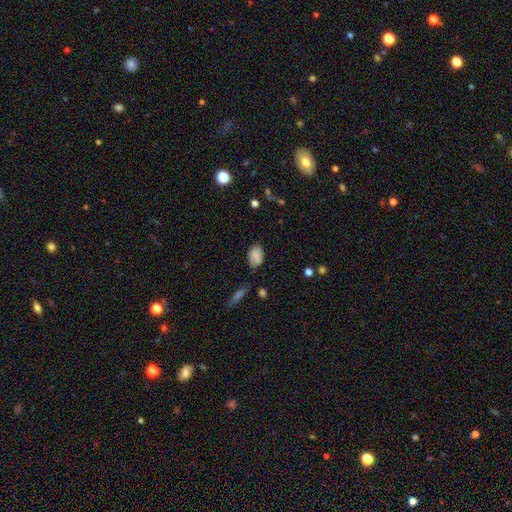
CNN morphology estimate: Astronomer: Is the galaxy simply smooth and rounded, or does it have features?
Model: smooth — 84%.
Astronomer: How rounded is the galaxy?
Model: in between — 85%.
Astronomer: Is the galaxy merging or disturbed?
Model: none — 70%.